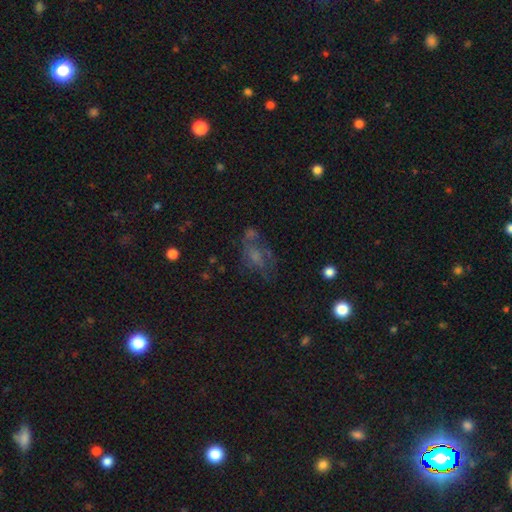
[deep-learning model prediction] This appears to be a featured or disk galaxy (42%). Merging: none (40%).